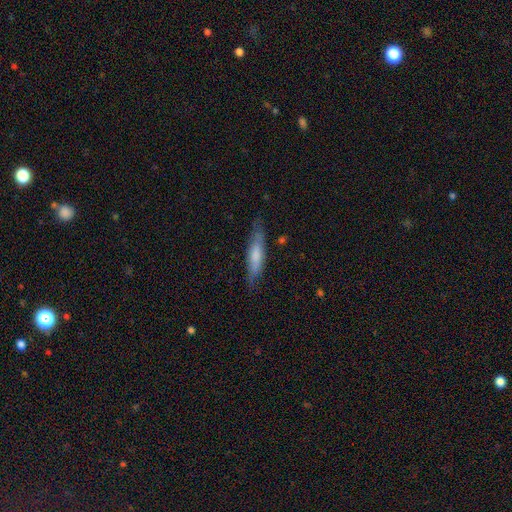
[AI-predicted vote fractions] This is possibly a smooth galaxy (59%). How rounded: likely cigar-shaped (77%). Merging: likely none (76%).